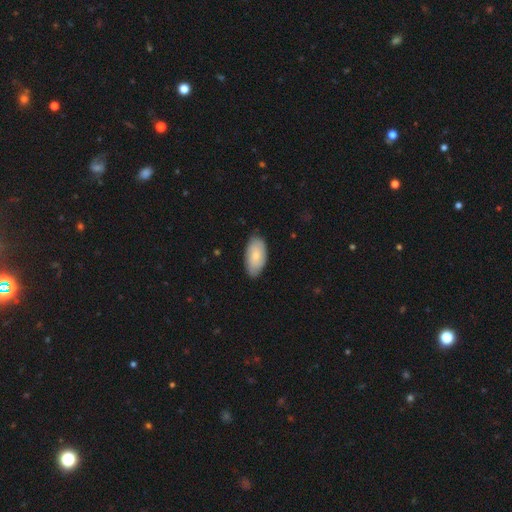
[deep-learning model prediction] The model was most divided on "smooth or featured": smooth: 75%, featured or disk: 20%, star or artifact: 5%. More confident: how rounded — in between (94%); merging — none (80%).